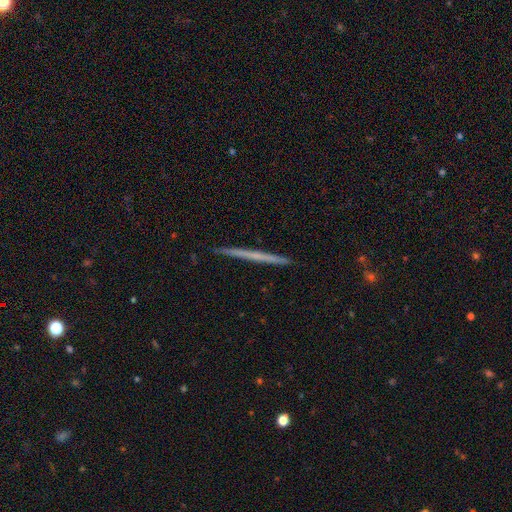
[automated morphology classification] Smooth or featured: featured or disk — 54% (smooth — 41%)
Edge-on disk: yes — 98% (no — 2%)
Edge-on bulge: none — 90% (rounded — 7%)
Merging: none — 93% (minor disturbance — 5%)